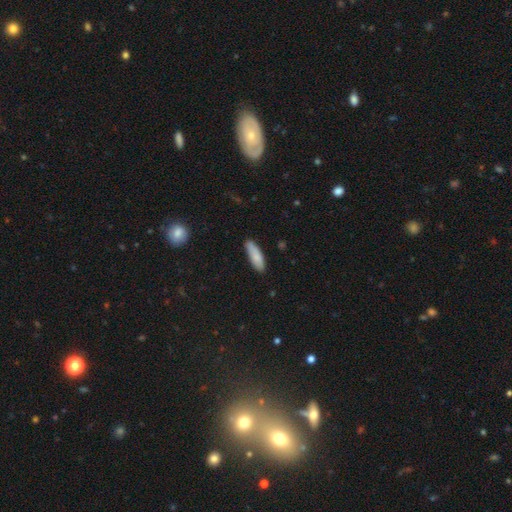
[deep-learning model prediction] Overall: smooth (84%). How rounded: in between (51%; cigar-shaped 48%). Merging: none (78%).